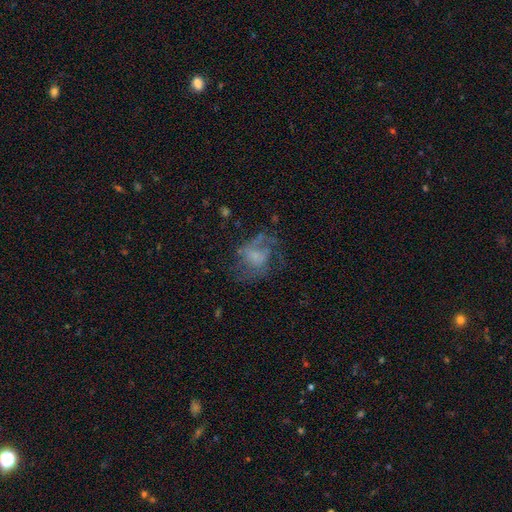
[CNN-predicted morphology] type=featured or disk (58%); edge-on=no (98%); bar=no (68%); spiral arms=yes (63%); bulge=none (38%); merging=none (43%).